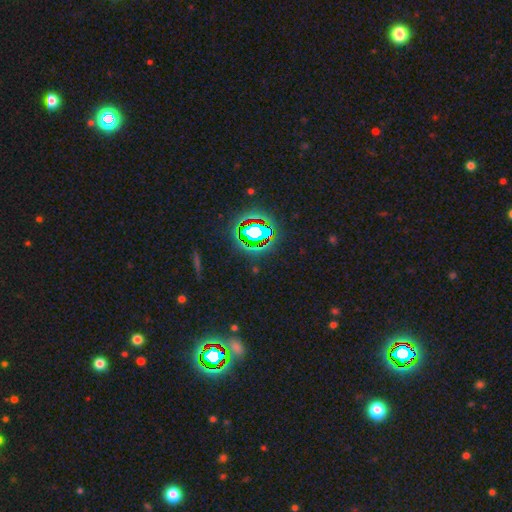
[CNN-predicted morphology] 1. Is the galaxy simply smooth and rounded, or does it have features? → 83% star or artifact, 10% smooth, 7% featured or disk.